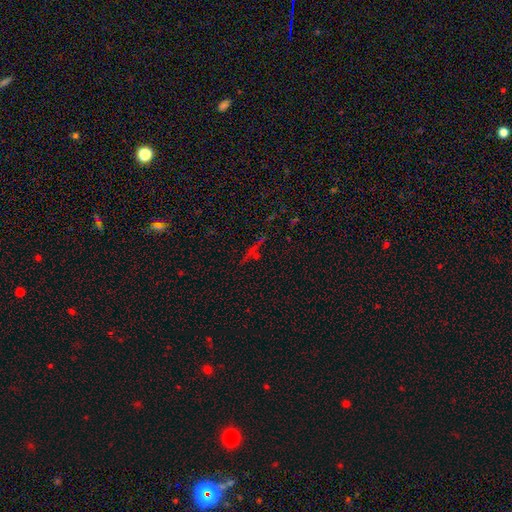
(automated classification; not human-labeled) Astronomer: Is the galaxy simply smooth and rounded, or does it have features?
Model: star or artifact — 60%.